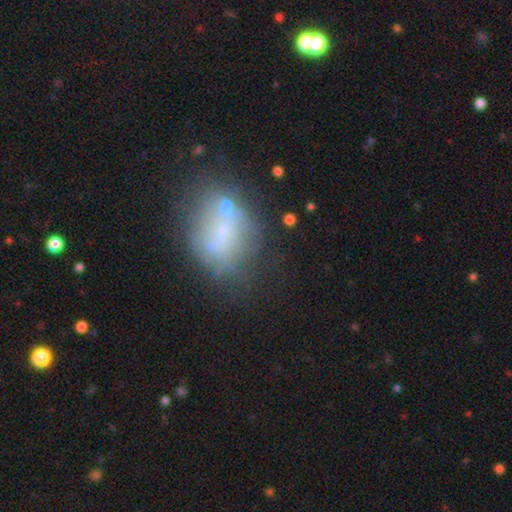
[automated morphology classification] Overall: smooth (46%; featured or disk 32%). Merging: none (50%; merger 20%).